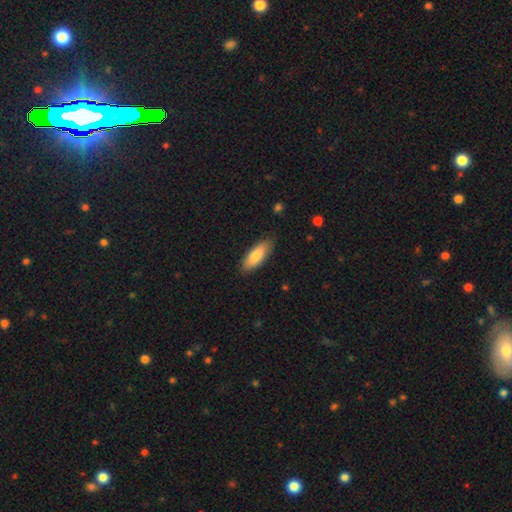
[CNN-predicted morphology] type=smooth (82%); roundness=in between (66%); merging=none (85%).